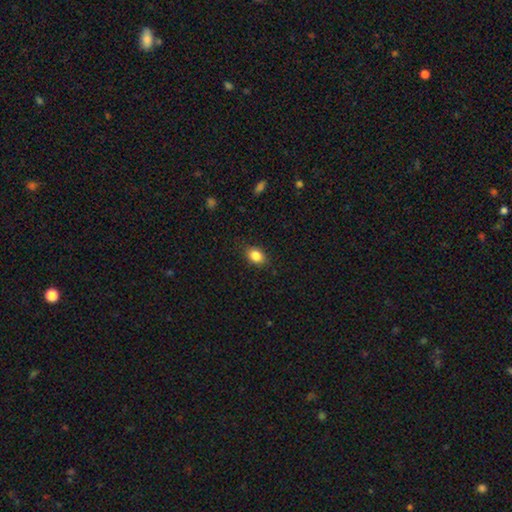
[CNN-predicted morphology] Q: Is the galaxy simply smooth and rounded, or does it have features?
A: smooth — 85%.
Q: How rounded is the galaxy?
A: in between — 72%.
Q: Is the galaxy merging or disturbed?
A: none — 84%.